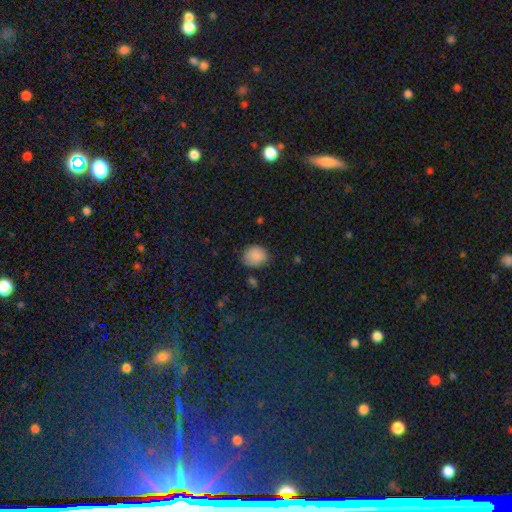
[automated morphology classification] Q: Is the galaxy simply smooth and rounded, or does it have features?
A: smooth — 86%.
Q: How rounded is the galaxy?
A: round — 65%.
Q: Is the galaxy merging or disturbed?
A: none — 72%.